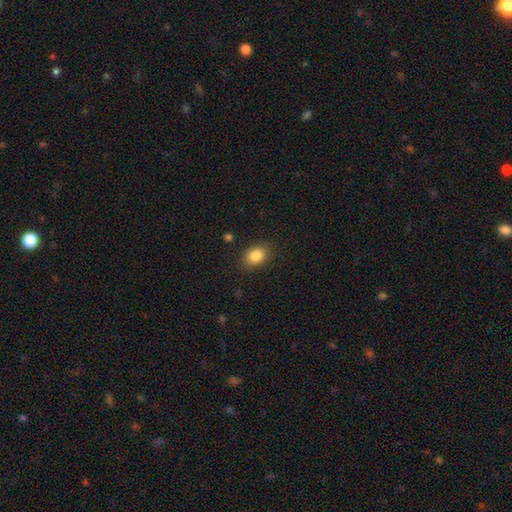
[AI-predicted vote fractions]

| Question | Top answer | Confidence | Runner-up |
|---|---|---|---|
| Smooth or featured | smooth | 85% | star or artifact (9%) |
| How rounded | in between | 63% | round (36%) |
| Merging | none | 86% | minor disturbance (10%) |